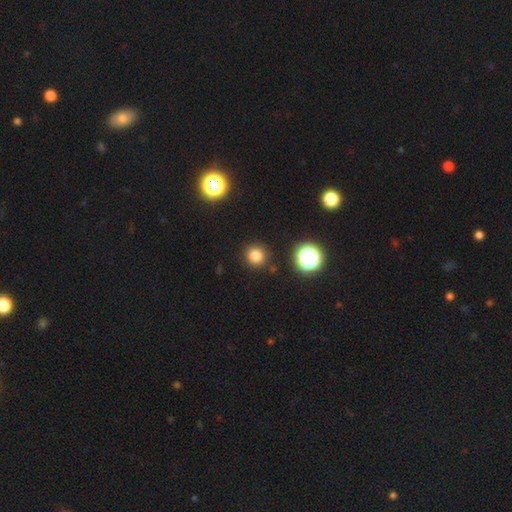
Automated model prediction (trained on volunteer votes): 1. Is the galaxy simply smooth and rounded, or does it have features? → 80% smooth, 15% star or artifact, 5% featured or disk.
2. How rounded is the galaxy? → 93% round, 6% in between, 1% cigar-shaped.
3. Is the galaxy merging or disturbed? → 89% none, 6% minor disturbance, 2% merger, 2% major disturbance.